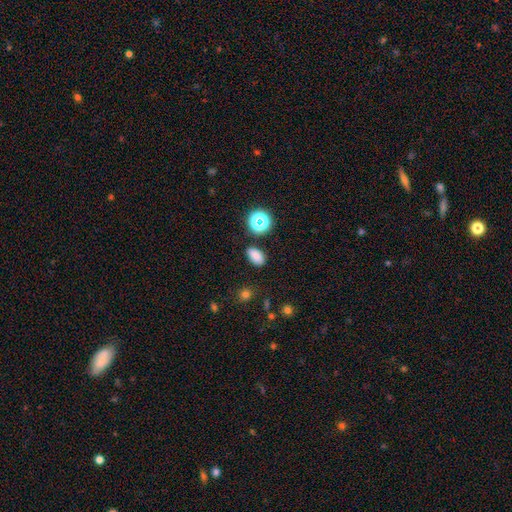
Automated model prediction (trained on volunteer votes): smooth_or_featured: smooth (p=0.78) [alt: star or artifact p=0.16]
how_rounded: in between (p=0.87) [alt: round p=0.11]
merging: none (p=0.84) [alt: minor disturbance p=0.10]